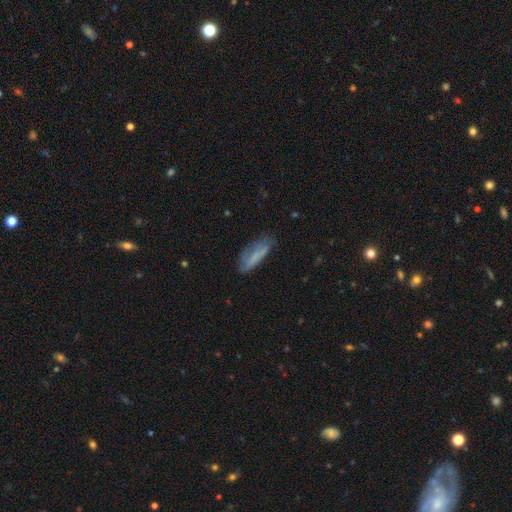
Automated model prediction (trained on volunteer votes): The model was most divided on "how rounded": in between: 50%, cigar-shaped: 48%, round: 2%. More confident: smooth or featured — smooth (60%); merging — none (57%).